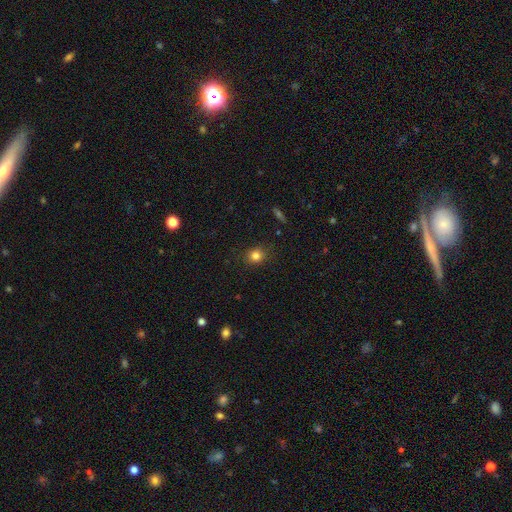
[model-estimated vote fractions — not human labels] This is clearly a smooth galaxy (81%). How rounded: likely round (75%). Merging: clearly none (85%).